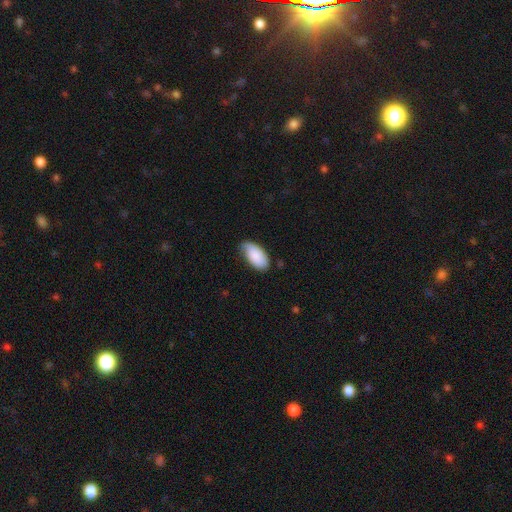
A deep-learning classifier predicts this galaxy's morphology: smooth 86%, featured or disk 8%, star or artifact 6%. Down the decision tree: how rounded — in between (95%); merging — none (67%).